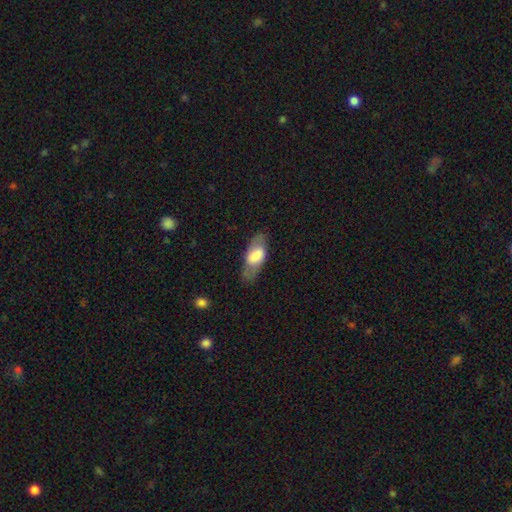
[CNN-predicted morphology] This appears to be a smooth galaxy with no disk features (55%) that is in between round and cigar-shaped (82%). Merging: none (72%).